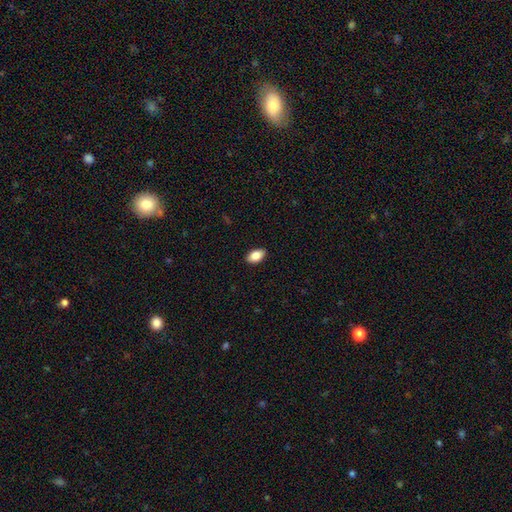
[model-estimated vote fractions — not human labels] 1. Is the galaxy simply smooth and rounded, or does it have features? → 85% smooth, 8% featured or disk, 7% star or artifact.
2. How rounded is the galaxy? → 92% in between, 6% round, 2% cigar-shaped.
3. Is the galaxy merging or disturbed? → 88% none, 9% minor disturbance, 2% major disturbance, 1% merger.